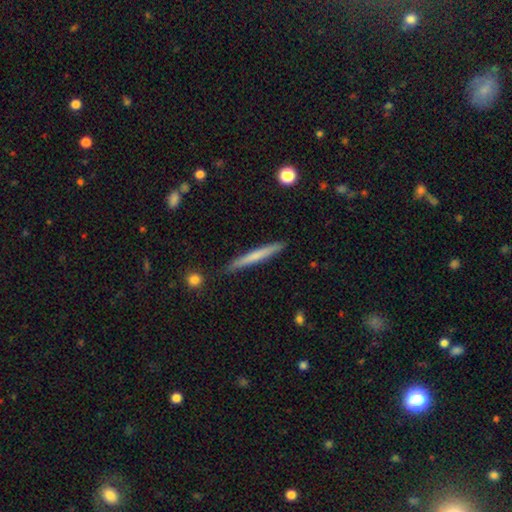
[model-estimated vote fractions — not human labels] Smooth or featured? Predicted: smooth (p=0.59). How rounded? Predicted: cigar-shaped (p=0.97). Merging? Predicted: none (p=0.90).